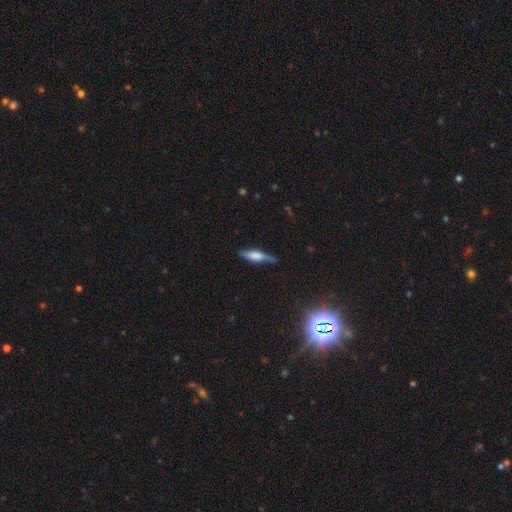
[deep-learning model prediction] Q: Smooth or featured?
A: smooth (48%); runner-up: featured or disk (44%)
Q: Merging?
A: none (71%); runner-up: minor disturbance (22%)